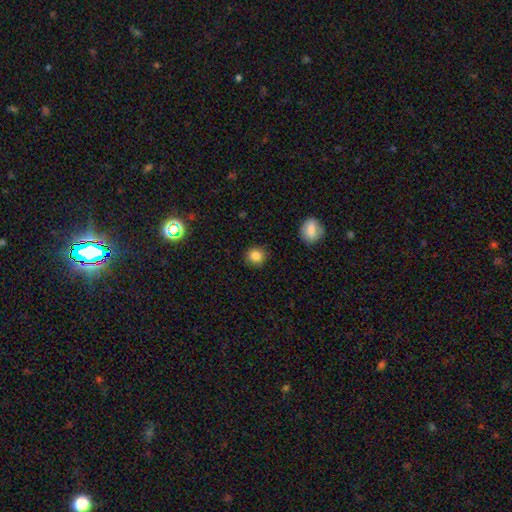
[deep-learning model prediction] smooth_or_featured: smooth (p=0.84) [alt: star or artifact p=0.11]
how_rounded: round (p=0.89) [alt: in between p=0.10]
merging: none (p=0.90) [alt: minor disturbance p=0.07]